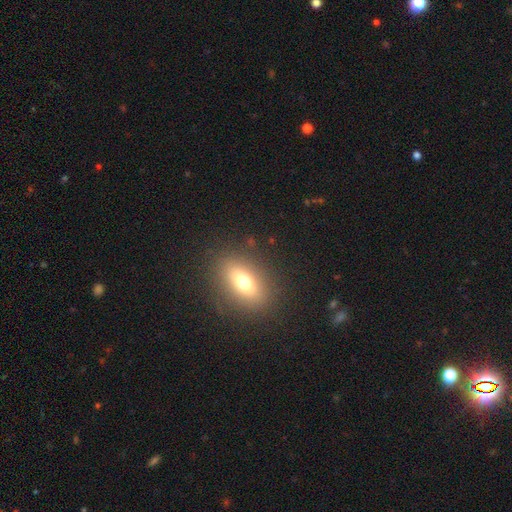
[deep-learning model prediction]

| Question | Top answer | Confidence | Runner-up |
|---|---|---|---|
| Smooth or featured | smooth | 58% | featured or disk (25%) |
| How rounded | in between | 75% | round (13%) |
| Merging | none | 89% | minor disturbance (7%) |